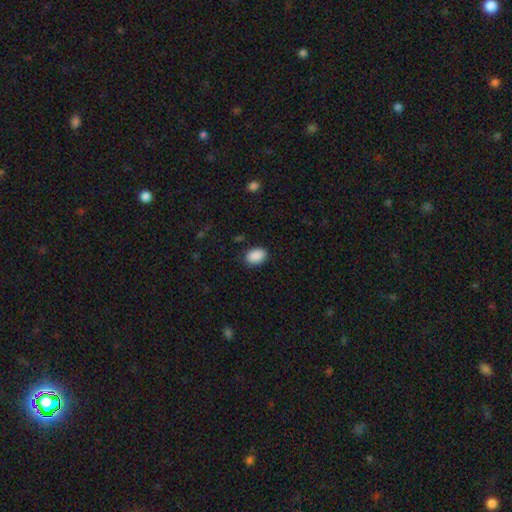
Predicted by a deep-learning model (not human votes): A smooth galaxy with no disk features (90%) that is in between round and cigar-shaped (84%).

Vote fractions:
- Smooth or featured? smooth: 90% / star or artifact: 7% / featured or disk: 2%
- How rounded? in between: 84% / round: 15% / cigar-shaped: 1%
- Merging? none: 86% / minor disturbance: 10% / major disturbance: 3% / merger: 1%